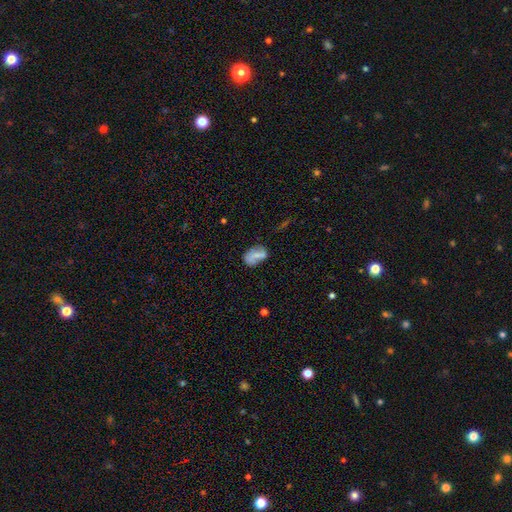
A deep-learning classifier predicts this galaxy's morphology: smooth 56%, featured or disk 34%, star or artifact 10%. Down the decision tree: how rounded — in between (85%); merging — none (52%).